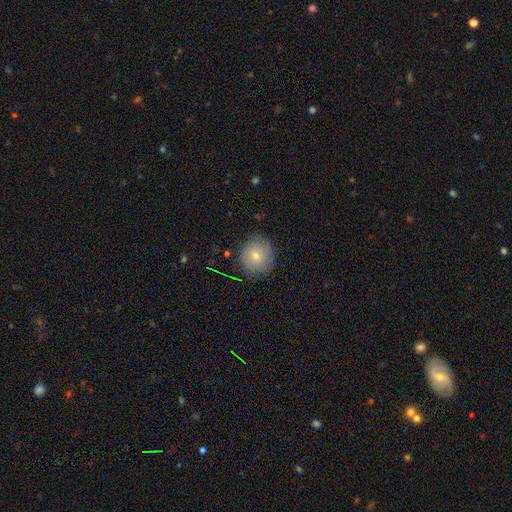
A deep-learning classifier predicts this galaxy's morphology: smooth_or_featured: smooth (p=0.66) [alt: featured or disk p=0.23]
how_rounded: round (p=0.90) [alt: in between p=0.09]
merging: none (p=0.83) [alt: minor disturbance p=0.13]